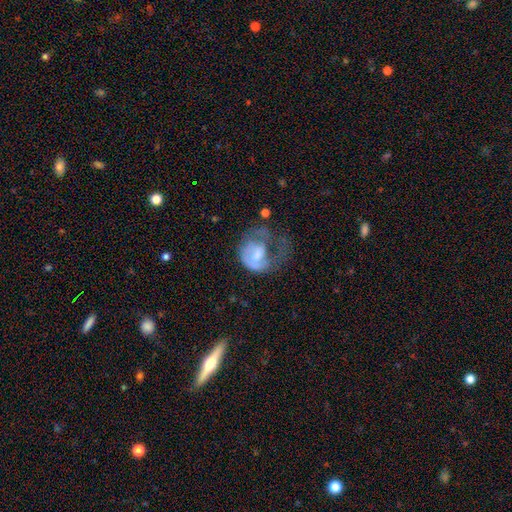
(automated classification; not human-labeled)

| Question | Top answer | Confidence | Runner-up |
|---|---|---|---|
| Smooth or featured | featured or disk | 60% | smooth (32%) |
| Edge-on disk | no | 98% | yes (2%) |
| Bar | no | 58% | weak (35%) |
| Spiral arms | yes | 66% | no (34%) |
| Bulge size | moderate | 42% | small (23%) |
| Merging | major disturbance | 57% | none (21%) |